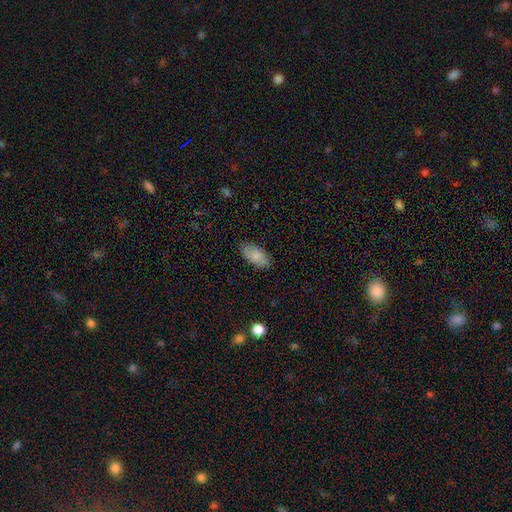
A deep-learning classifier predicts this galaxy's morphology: Smooth or featured? smooth (79%)
How rounded? in between (94%)
Merging? none (83%)